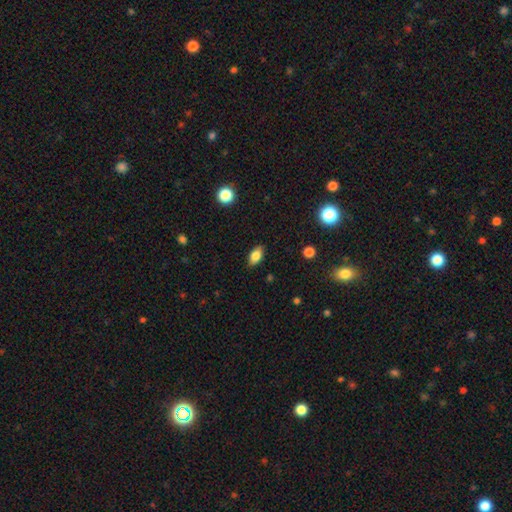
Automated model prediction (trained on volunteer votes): smooth_or_featured: smooth (p=0.82) [alt: featured or disk p=0.09]
how_rounded: in between (p=0.90) [alt: round p=0.05]
merging: none (p=0.88) [alt: minor disturbance p=0.09]